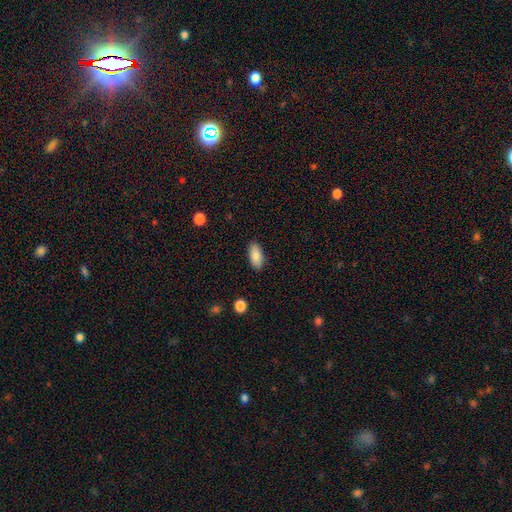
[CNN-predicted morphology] The model was most divided on "merging": none: 88%, minor disturbance: 9%, major disturbance: 2%, merger: 1%. More confident: how rounded — in between (91%); smooth or featured — smooth (86%).